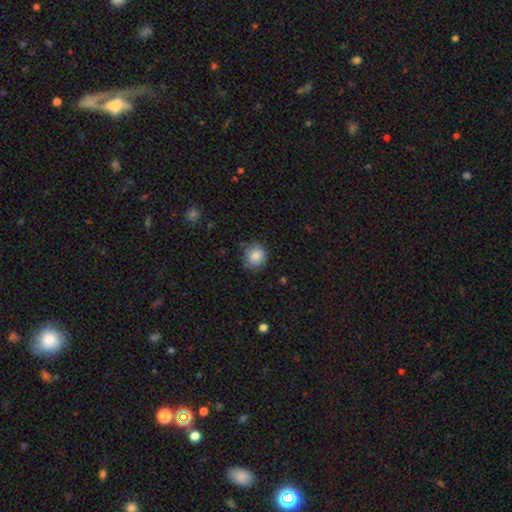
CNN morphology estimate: smooth-or-featured: smooth: 84% | star or artifact: 8% | featured or disk: 8%
  how-rounded: round: 83% | in between: 16% | cigar-shaped: 1%
  merging: none: 76% | minor disturbance: 18% | major disturbance: 4% | merger: 1%